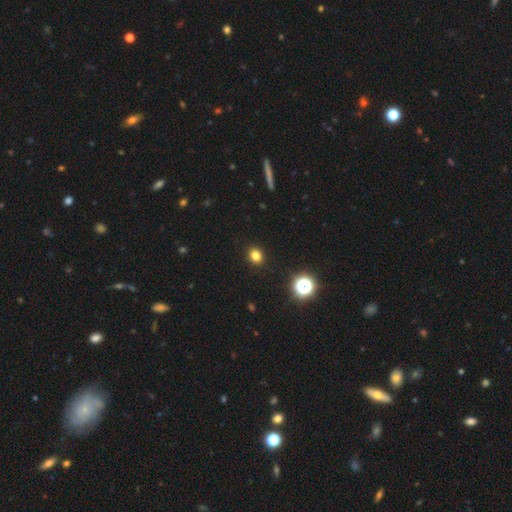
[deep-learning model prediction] Q: Smooth or featured?
A: smooth (80%); runner-up: star or artifact (15%)
Q: How rounded?
A: round (58%); runner-up: in between (41%)
Q: Merging?
A: none (91%); runner-up: minor disturbance (6%)